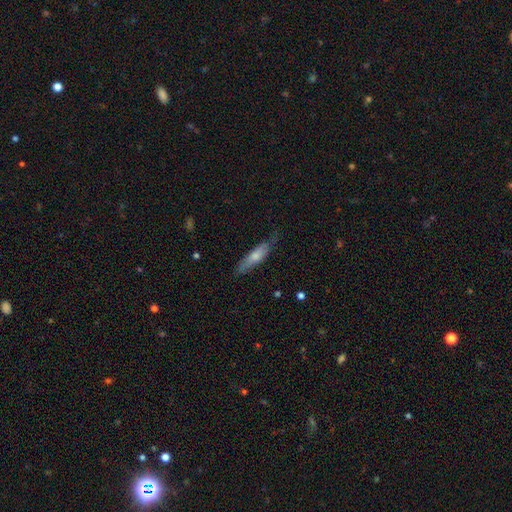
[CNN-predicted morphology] smooth_or_featured: smooth (p=0.63) [alt: featured or disk p=0.31]
how_rounded: cigar-shaped (p=0.66) [alt: in between p=0.33]
merging: none (p=0.65) [alt: minor disturbance p=0.26]